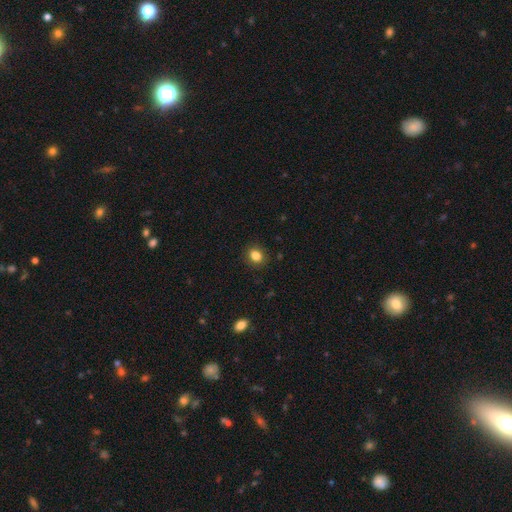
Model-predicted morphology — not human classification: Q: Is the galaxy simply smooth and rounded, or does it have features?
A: smooth — 84%.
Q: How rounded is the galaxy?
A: round — 52%.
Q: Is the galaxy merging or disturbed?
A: none — 88%.